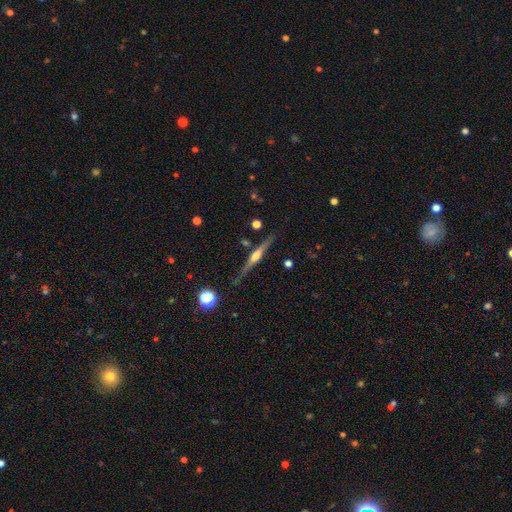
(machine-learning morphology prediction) Smooth or featured: featured or disk — 78% (smooth — 15%)
Edge-on disk: yes — 98% (no — 2%)
Edge-on bulge: rounded — 83% (boxy — 11%)
Merging: none — 84% (minor disturbance — 11%)